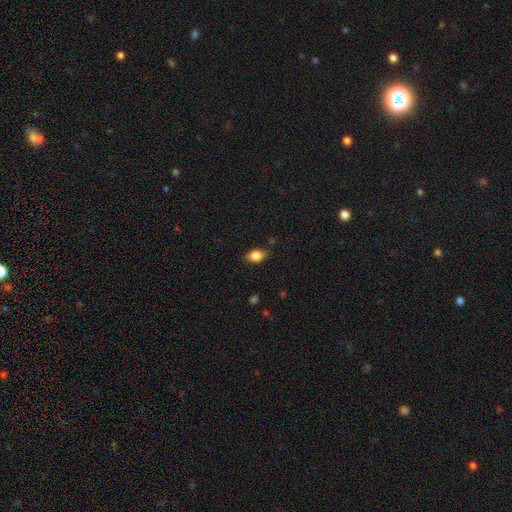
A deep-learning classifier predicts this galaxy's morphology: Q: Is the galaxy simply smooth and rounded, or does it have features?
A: smooth — 79%.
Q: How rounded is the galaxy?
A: in between — 77%.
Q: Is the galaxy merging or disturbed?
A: none — 76%.